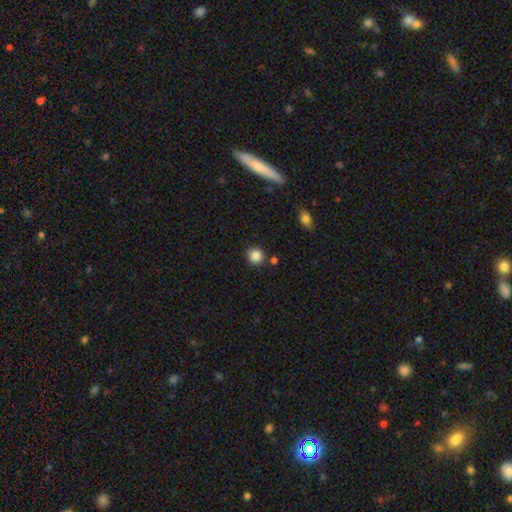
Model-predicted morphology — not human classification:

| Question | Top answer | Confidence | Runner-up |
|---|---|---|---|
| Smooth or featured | smooth | 85% | star or artifact (10%) |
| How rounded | round | 90% | in between (9%) |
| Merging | none | 86% | minor disturbance (7%) |